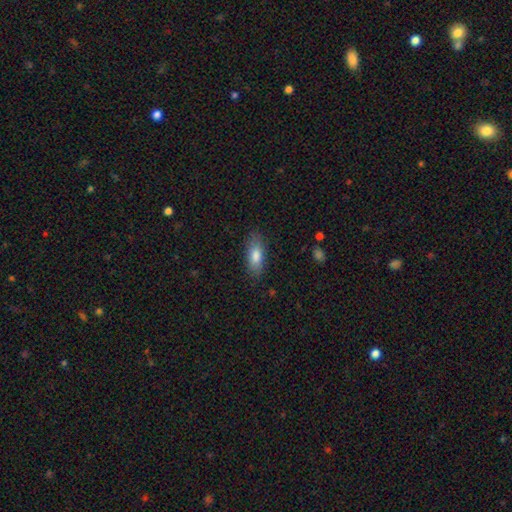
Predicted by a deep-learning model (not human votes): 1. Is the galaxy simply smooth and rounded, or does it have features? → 79% smooth, 14% featured or disk, 7% star or artifact.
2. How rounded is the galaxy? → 73% in between, 25% cigar-shaped, 3% round.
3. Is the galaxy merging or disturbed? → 84% none, 12% minor disturbance, 3% major disturbance, 1% merger.